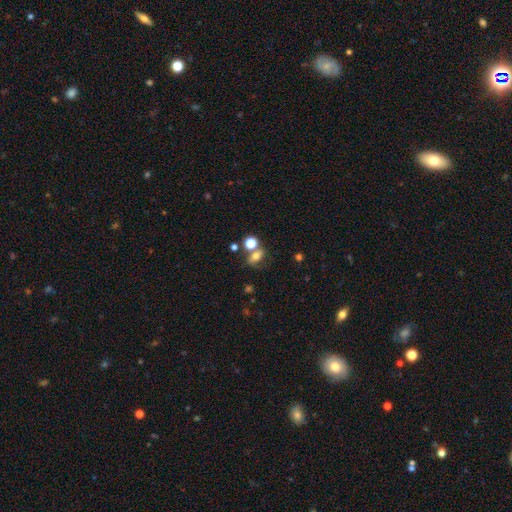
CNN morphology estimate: Smooth or featured: smooth — 62% (featured or disk — 21%)
How rounded: in between — 64% (round — 31%)
Merging: none — 51% (merger — 27%)